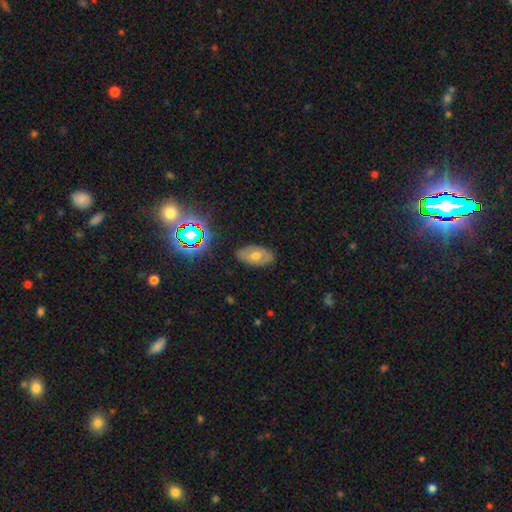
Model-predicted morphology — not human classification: type=smooth (55%); roundness=in between (91%); merging=none (83%).